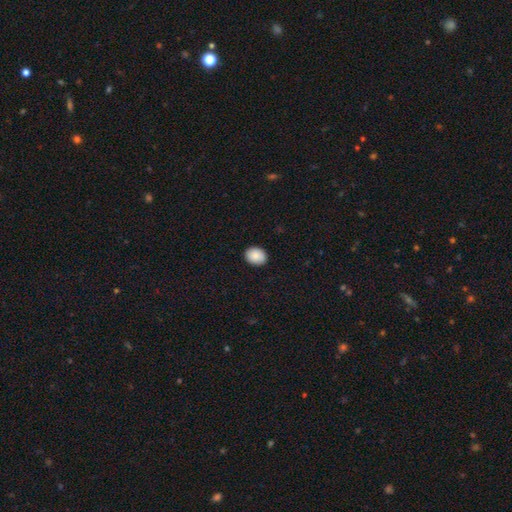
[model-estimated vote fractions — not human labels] Smooth or featured? Predicted: smooth (p=0.89). How rounded? Predicted: round (p=0.50). Merging? Predicted: none (p=0.90).